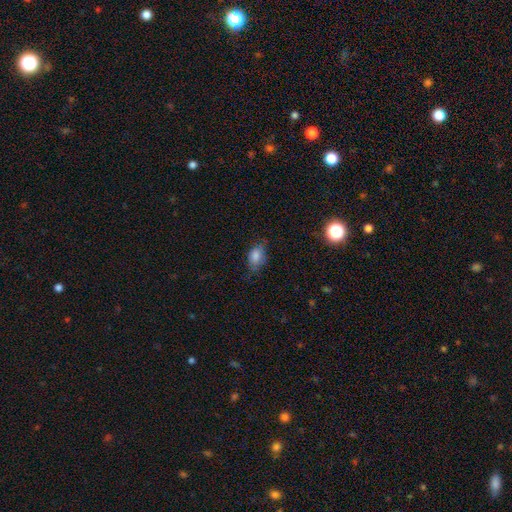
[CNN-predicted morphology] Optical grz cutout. It shows a smooth galaxy with no disk features (79%) that is in between round and cigar-shaped (83%). Merging: none (59%).